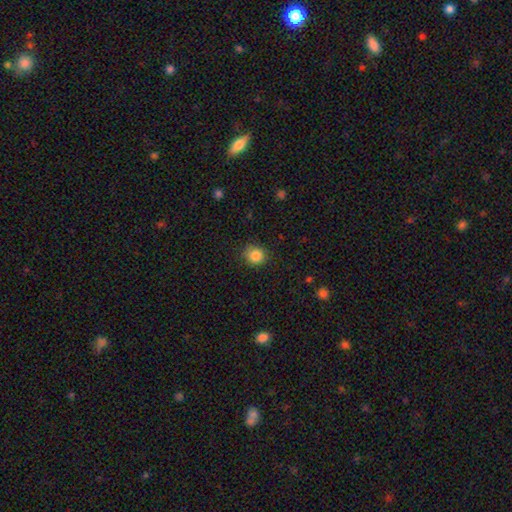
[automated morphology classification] Smooth or featured? smooth (85%)
How rounded? round (87%)
Merging? none (85%)